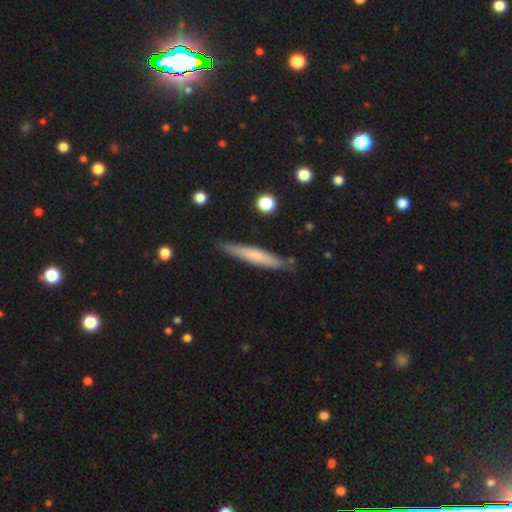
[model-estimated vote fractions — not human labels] Smooth or featured? Predicted: smooth (p=0.59). How rounded? Predicted: cigar-shaped (p=0.93). Merging? Predicted: none (p=0.84).